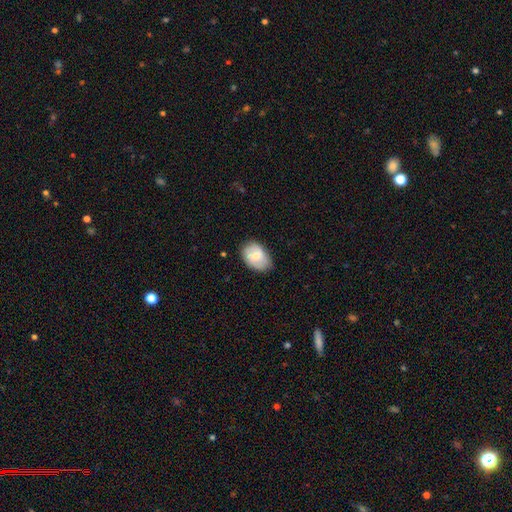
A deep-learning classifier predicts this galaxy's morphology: smooth 69%, featured or disk 25%, star or artifact 6%. Down the decision tree: how rounded — in between (84%); merging — none (71%).